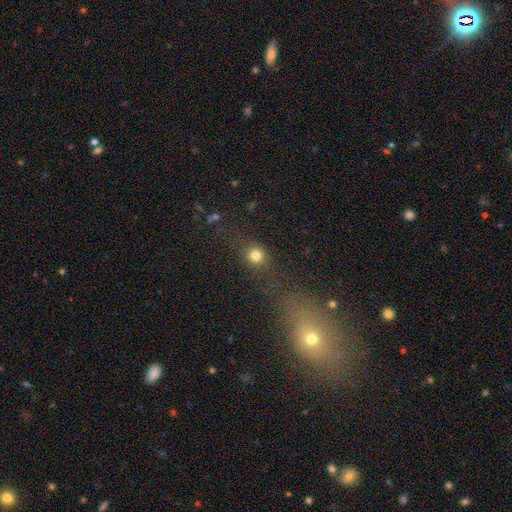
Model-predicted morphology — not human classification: Smooth or featured? smooth (79%)
How rounded? round (86%)
Merging? none (73%)